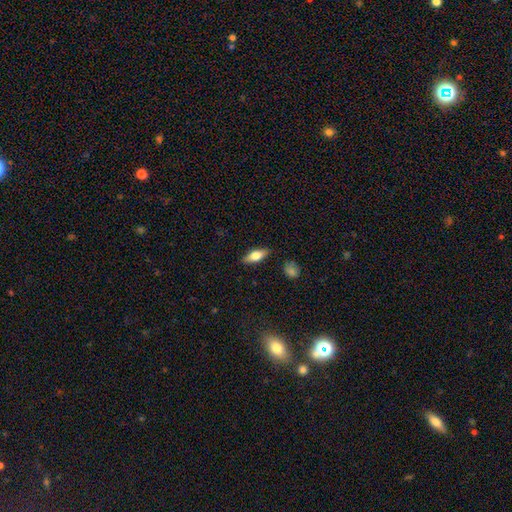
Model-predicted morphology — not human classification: smooth_or_featured: smooth (p=0.66) [alt: featured or disk p=0.27]
how_rounded: in between (p=0.69) [alt: cigar-shaped p=0.28]
merging: none (p=0.86) [alt: minor disturbance p=0.10]